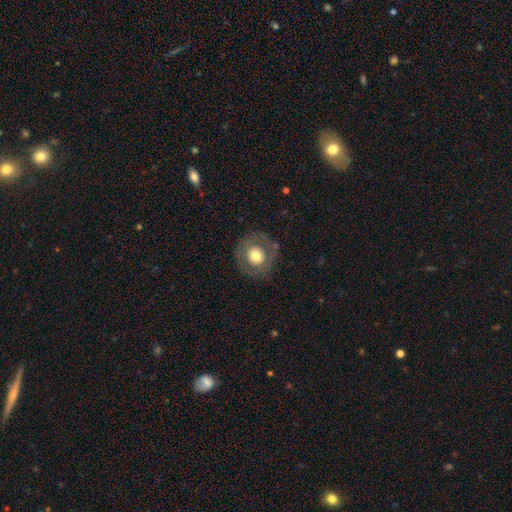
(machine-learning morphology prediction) A smooth galaxy with no disk features (59%) that is round (92%).

Vote fractions:
- Smooth or featured? smooth: 59% / featured or disk: 32% / star or artifact: 8%
- How rounded? round: 92% / in between: 7% / cigar-shaped: 1%
- Merging? none: 82% / minor disturbance: 11% / major disturbance: 6% / merger: 1%